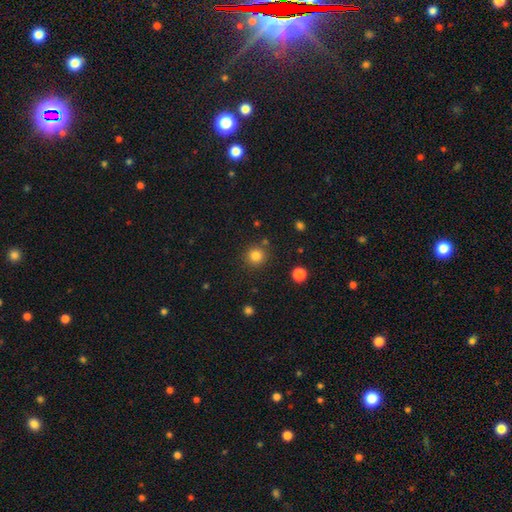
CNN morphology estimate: Overall: smooth (83%). How rounded: round (92%). Merging: none (85%).